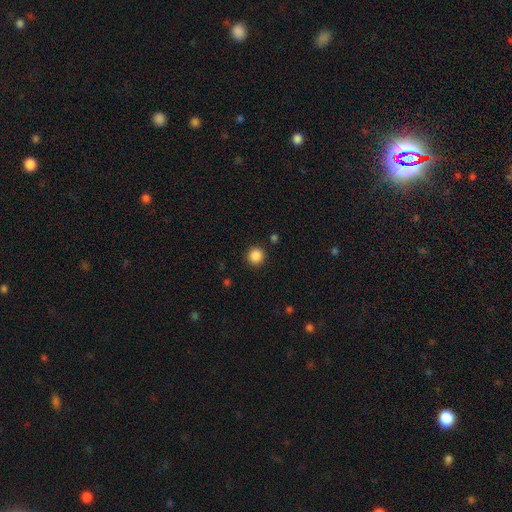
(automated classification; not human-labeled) smooth_or_featured: smooth (p=0.87) [alt: star or artifact p=0.10]
how_rounded: round (p=0.93) [alt: in between p=0.06]
merging: none (p=0.90) [alt: minor disturbance p=0.06]